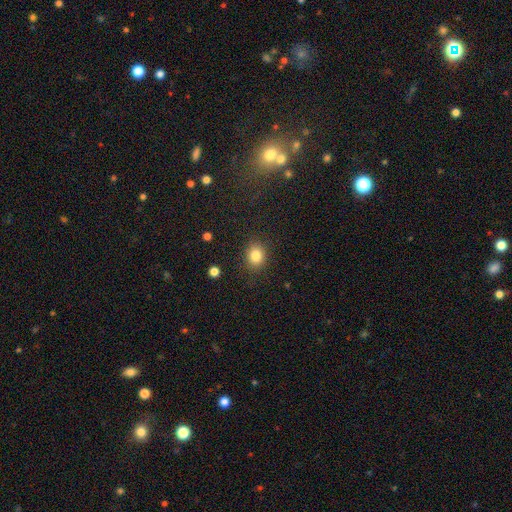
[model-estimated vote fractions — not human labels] smooth-or-featured: smooth: 84% | star or artifact: 10% | featured or disk: 6%
  how-rounded: round: 60% | in between: 39% | cigar-shaped: 1%
  merging: none: 86% | minor disturbance: 10% | major disturbance: 3% | merger: 1%